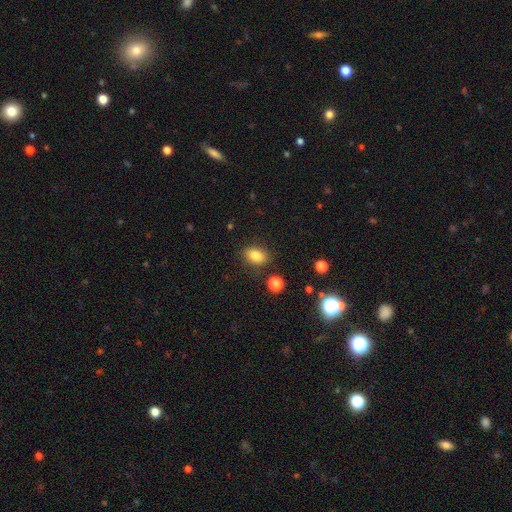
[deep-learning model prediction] This appears to be a smooth galaxy with no disk features (83%) that is in between round and cigar-shaped (77%). Merging: none (82%).